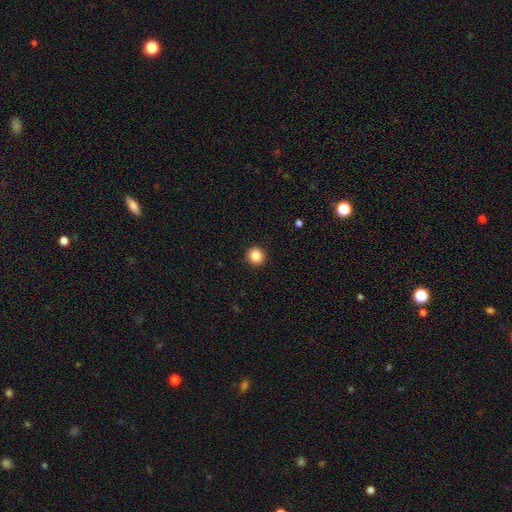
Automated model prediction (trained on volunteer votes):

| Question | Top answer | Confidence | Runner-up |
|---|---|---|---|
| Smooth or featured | smooth | 86% | star or artifact (10%) |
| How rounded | round | 91% | in between (8%) |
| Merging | none | 93% | minor disturbance (4%) |